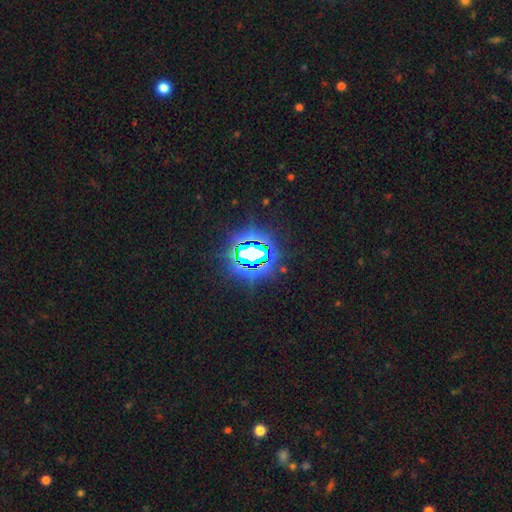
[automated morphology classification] type=star or artifact (80%).